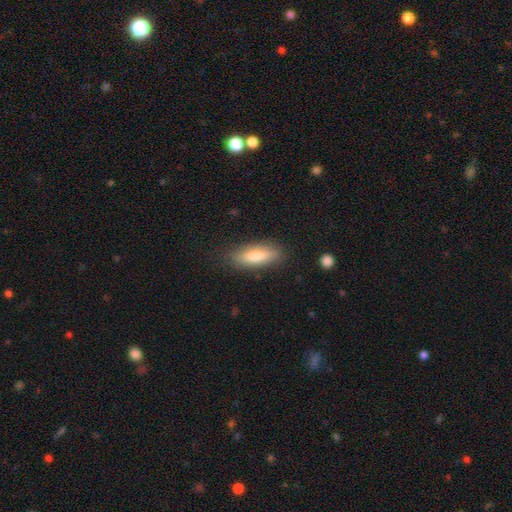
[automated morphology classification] A smooth galaxy with no disk features (72%) that is in between round and cigar-shaped (56%).

Vote fractions:
- Smooth or featured? smooth: 72% / featured or disk: 20% / star or artifact: 7%
- How rounded? in between: 56% / cigar-shaped: 42% / round: 2%
- Merging? none: 86% / minor disturbance: 11% / major disturbance: 2% / merger: 1%